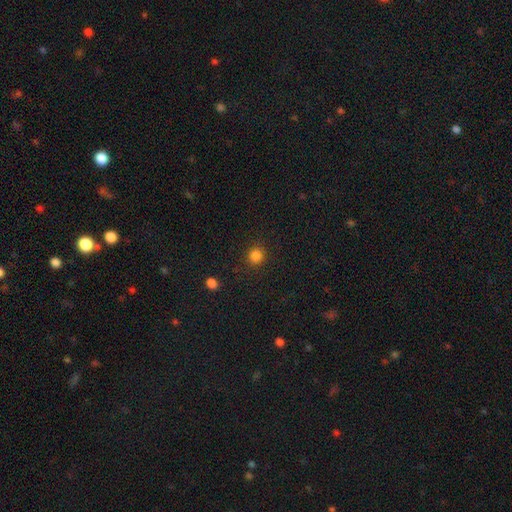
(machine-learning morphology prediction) Smooth or featured? Predicted: smooth (p=0.84). How rounded? Predicted: round (p=0.92). Merging? Predicted: none (p=0.89).